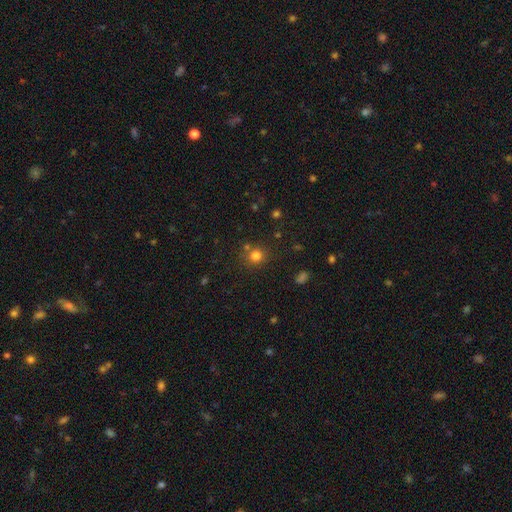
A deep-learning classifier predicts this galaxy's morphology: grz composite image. It shows a smooth galaxy with no disk features (78%) that is round (87%). Merging: none (74%).